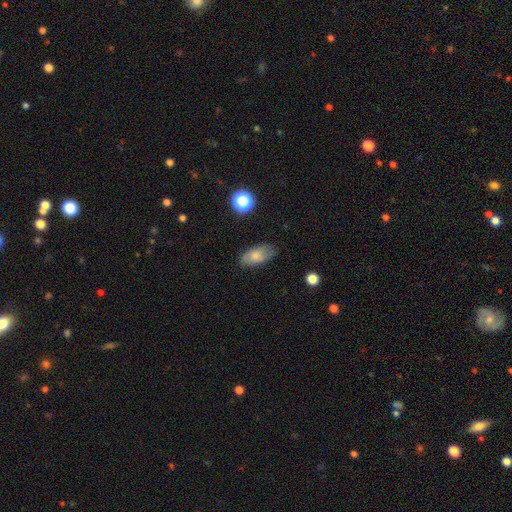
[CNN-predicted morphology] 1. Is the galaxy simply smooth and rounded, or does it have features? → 75% smooth, 17% featured or disk, 8% star or artifact.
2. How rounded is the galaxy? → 90% in between, 6% cigar-shaped, 5% round.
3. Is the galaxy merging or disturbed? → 75% none, 20% minor disturbance, 4% major disturbance, 1% merger.